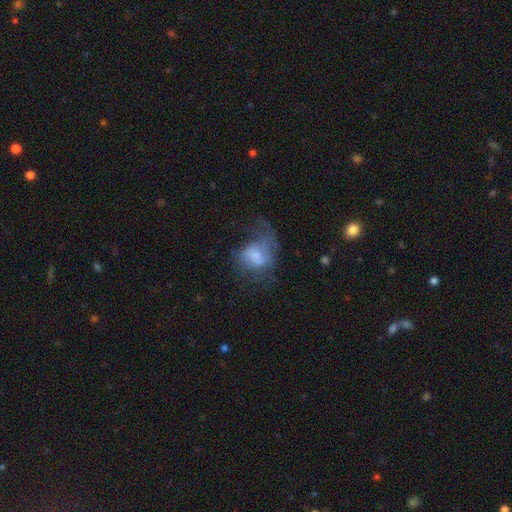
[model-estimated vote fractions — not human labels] Smooth or featured? smooth (47%)
Merging? major disturbance (50%)